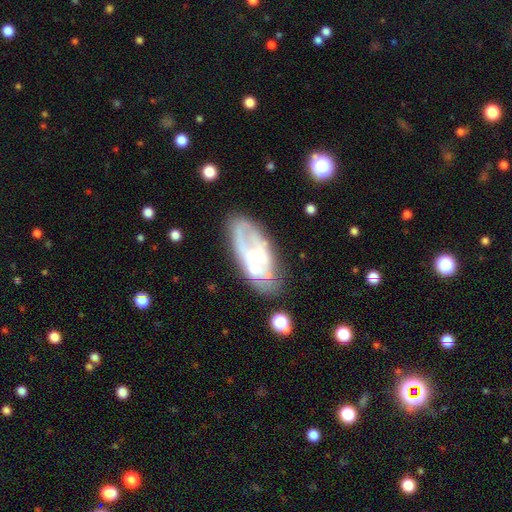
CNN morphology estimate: A featured or disk galaxy (64%) with no bar (75%), no spiral arms (65%) and a moderate central bulge (37%). Merging: none (49%).